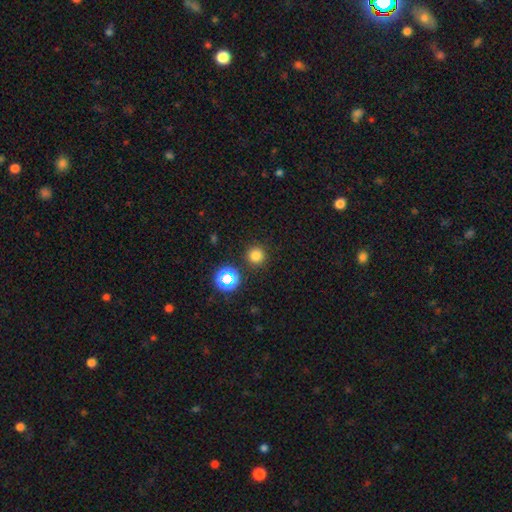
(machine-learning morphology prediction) A smooth galaxy with no disk features (75%) that is round (95%).

Vote fractions:
- Smooth or featured? smooth: 75% / star or artifact: 20% / featured or disk: 5%
- How rounded? round: 95% / in between: 4% / cigar-shaped: 1%
- Merging? none: 89% / minor disturbance: 6% / merger: 3% / major disturbance: 3%